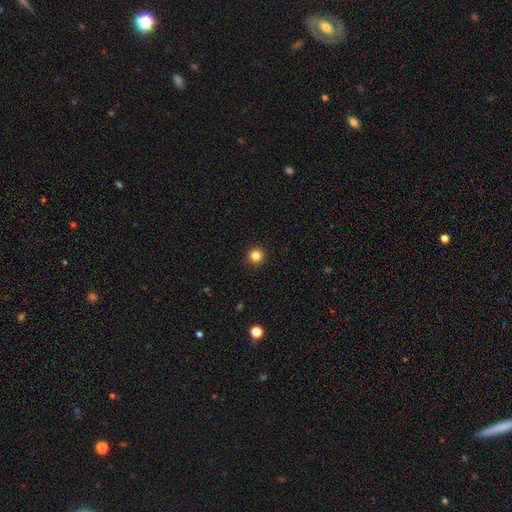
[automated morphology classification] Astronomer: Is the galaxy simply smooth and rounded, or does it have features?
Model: smooth — 84%.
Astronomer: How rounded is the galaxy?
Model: round — 95%.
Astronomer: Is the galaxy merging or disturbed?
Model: none — 93%.